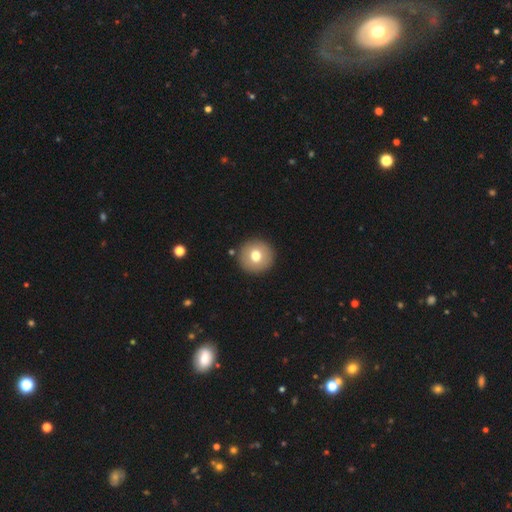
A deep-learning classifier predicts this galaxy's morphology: The model was most divided on "smooth or featured": smooth: 72%, featured or disk: 19%, star or artifact: 9%. More confident: how rounded — round (95%); merging — none (91%).